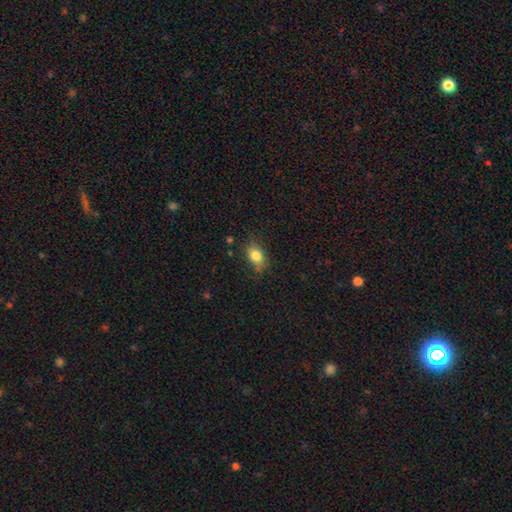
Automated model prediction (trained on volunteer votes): Morphology: type=smooth (82%); roundness=in between (76%); merging=none (74%).